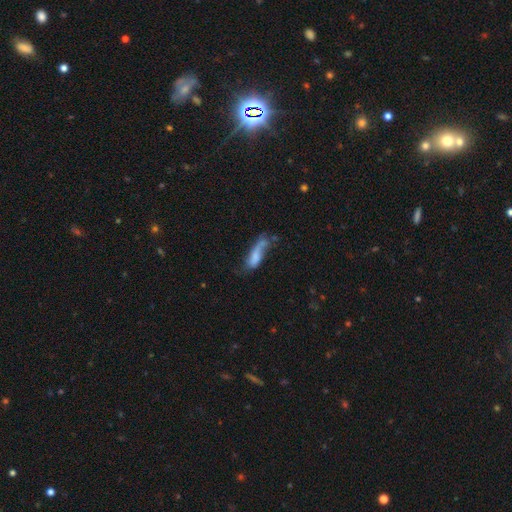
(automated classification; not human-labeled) A smooth galaxy with no disk features (65%) that is in between round and cigar-shaped (53%). Merging: none (29%).